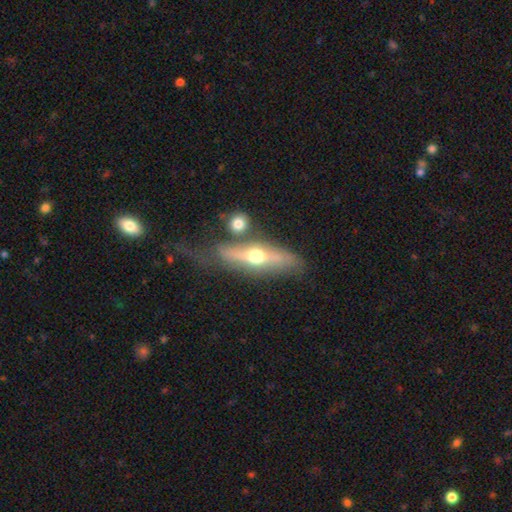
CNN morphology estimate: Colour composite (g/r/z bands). It shows a featured or disk galaxy (58%) viewed edge-on (73%). Merging: none (59%).